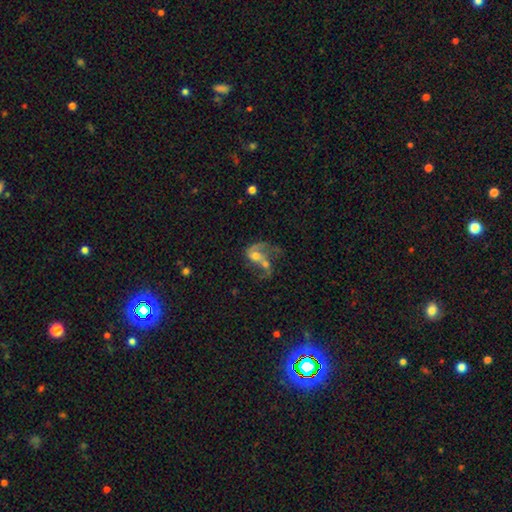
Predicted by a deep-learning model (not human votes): Smooth or featured: featured or disk — 61% (smooth — 29%)
Edge-on disk: no — 97% (yes — 3%)
Bar: no — 65% (weak — 28%)
Spiral arms: yes — 67% (no — 33%)
Bulge size: moderate — 53% (small — 21%)
Merging: merger — 51% (major disturbance — 24%)